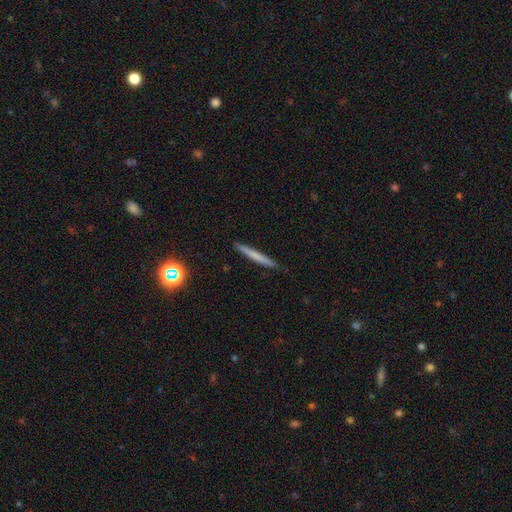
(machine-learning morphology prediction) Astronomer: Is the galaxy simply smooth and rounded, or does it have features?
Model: smooth — 64%.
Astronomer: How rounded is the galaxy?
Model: cigar-shaped — 96%.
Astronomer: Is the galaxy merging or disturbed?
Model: none — 90%.